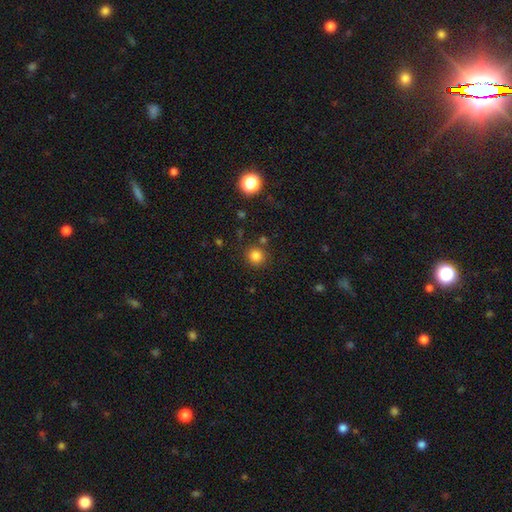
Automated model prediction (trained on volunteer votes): Q: Smooth or featured?
A: smooth (82%); runner-up: star or artifact (13%)
Q: How rounded?
A: round (92%); runner-up: in between (7%)
Q: Merging?
A: none (84%); runner-up: minor disturbance (8%)